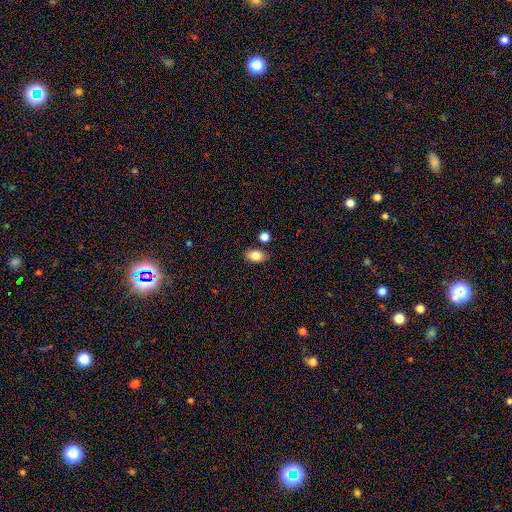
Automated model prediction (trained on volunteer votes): Morphology: type=smooth (84%); roundness=in between (85%); merging=none (80%).